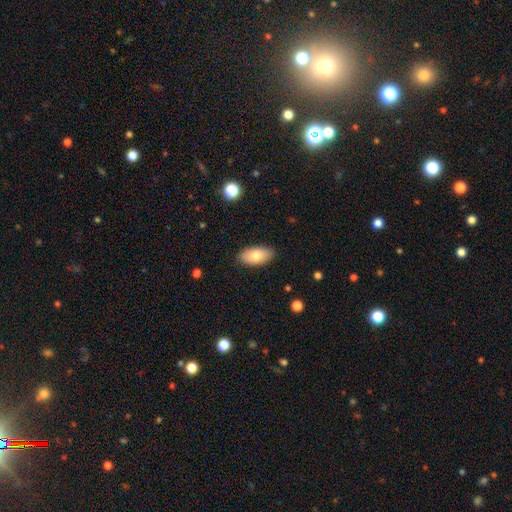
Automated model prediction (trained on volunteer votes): The model was most divided on "smooth or featured": smooth: 78%, featured or disk: 15%, star or artifact: 6%. More confident: how rounded — in between (92%); merging — none (87%).